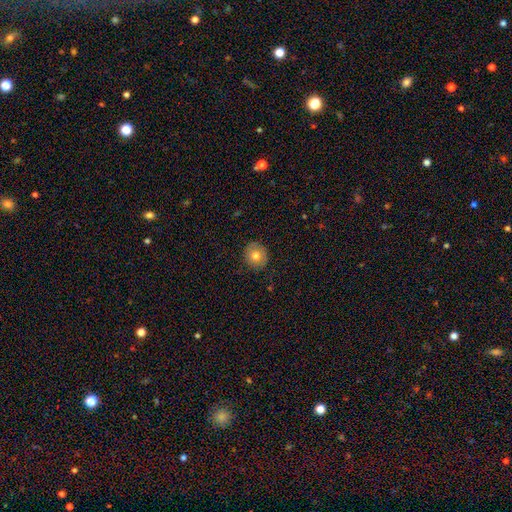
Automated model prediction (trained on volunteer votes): Smooth or featured? Predicted: smooth (p=0.73). How rounded? Predicted: round (p=0.87). Merging? Predicted: none (p=0.85).